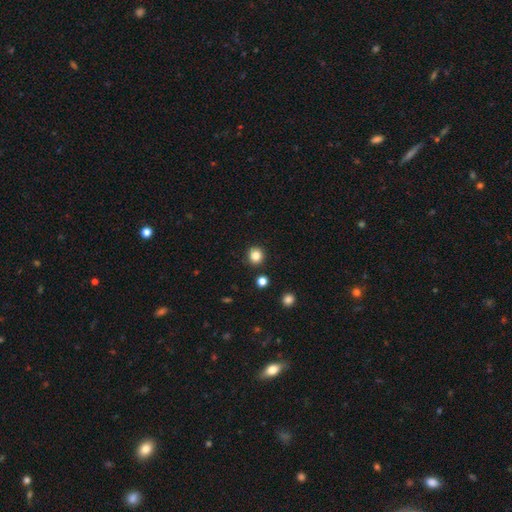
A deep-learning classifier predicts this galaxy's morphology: Smooth or featured?
  - smooth: 84% *
  - star or artifact: 11%
  - featured or disk: 5%
How rounded?
  - round: 90% *
  - in between: 9%
  - cigar-shaped: 1%
Merging?
  - none: 91% *
  - minor disturbance: 5%
  - merger: 2%
  - major disturbance: 2%